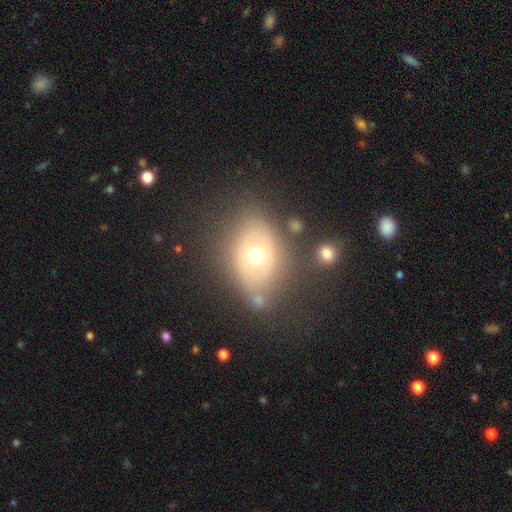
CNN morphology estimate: A smooth galaxy with no disk features (46%).

Vote fractions:
- Smooth or featured? smooth: 46% / featured or disk: 42% / star or artifact: 12%
- Merging? none: 64% / minor disturbance: 19% / major disturbance: 11% / merger: 6%